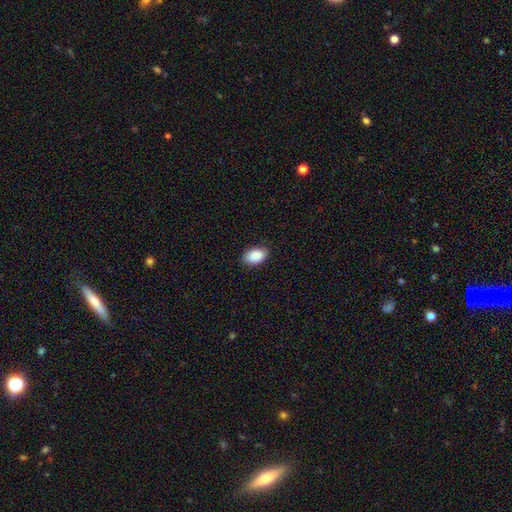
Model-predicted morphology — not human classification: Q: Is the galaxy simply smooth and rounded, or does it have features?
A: smooth — 90%.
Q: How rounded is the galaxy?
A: in between — 92%.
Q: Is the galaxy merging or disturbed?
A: none — 85%.